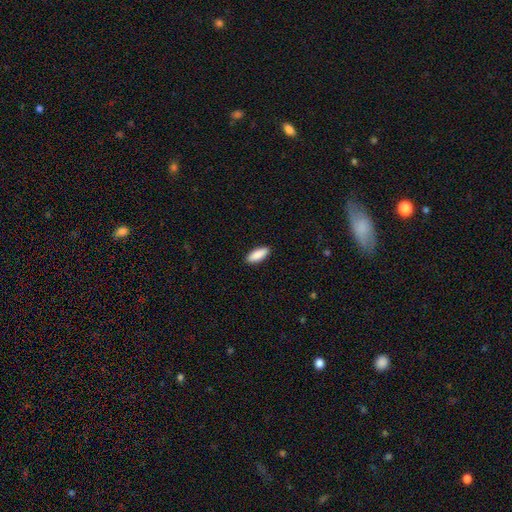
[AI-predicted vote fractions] Smooth or featured: smooth — 89% (star or artifact — 6%)
How rounded: in between — 76% (cigar-shaped — 22%)
Merging: none — 90% (minor disturbance — 7%)